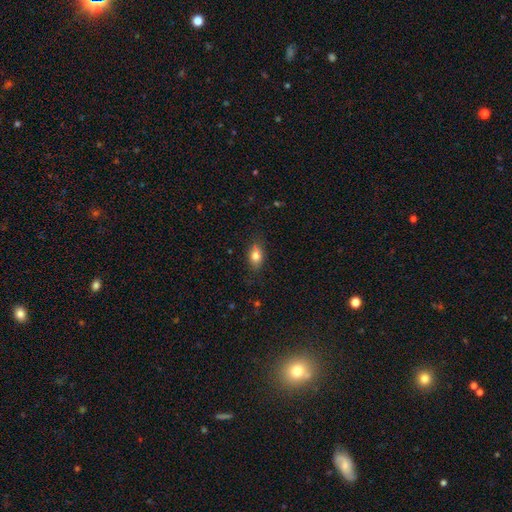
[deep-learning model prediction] The model was most divided on "merging": none: 81%, minor disturbance: 14%, major disturbance: 3%, merger: 1%. More confident: how rounded — in between (84%); smooth or featured — smooth (79%).